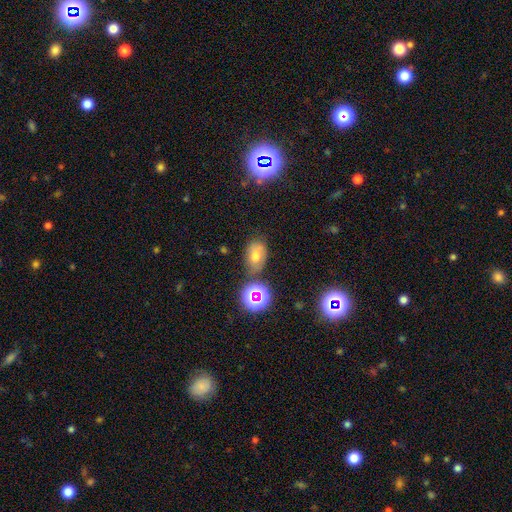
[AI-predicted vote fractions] The model was most divided on "smooth or featured": smooth: 56%, star or artifact: 26%, featured or disk: 18%. More confident: how rounded — in between (75%); merging — none (74%).